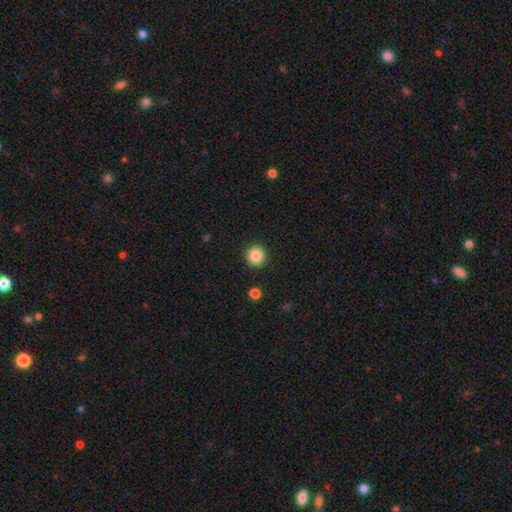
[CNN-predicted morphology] smooth-or-featured: smooth: 86% | star or artifact: 10% | featured or disk: 5%
  how-rounded: round: 91% | in between: 8% | cigar-shaped: 1%
  merging: none: 92% | minor disturbance: 5% | major disturbance: 2% | merger: 1%